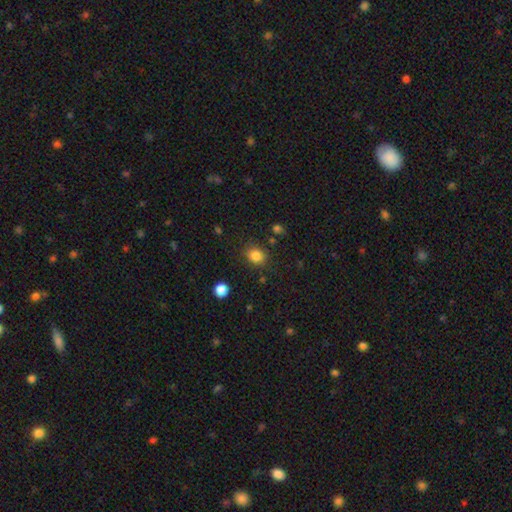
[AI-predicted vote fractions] smooth-or-featured: smooth: 84% | star or artifact: 11% | featured or disk: 5%
  how-rounded: round: 54% | in between: 45% | cigar-shaped: 1%
  merging: none: 81% | minor disturbance: 12% | major disturbance: 4% | merger: 3%